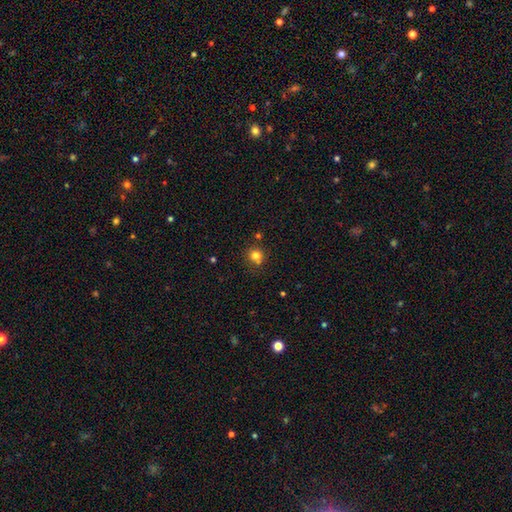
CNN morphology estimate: smooth-or-featured: smooth: 79% | star or artifact: 14% | featured or disk: 7%
  how-rounded: round: 90% | in between: 9% | cigar-shaped: 1%
  merging: none: 72% | merger: 14% | minor disturbance: 11% | major disturbance: 3%